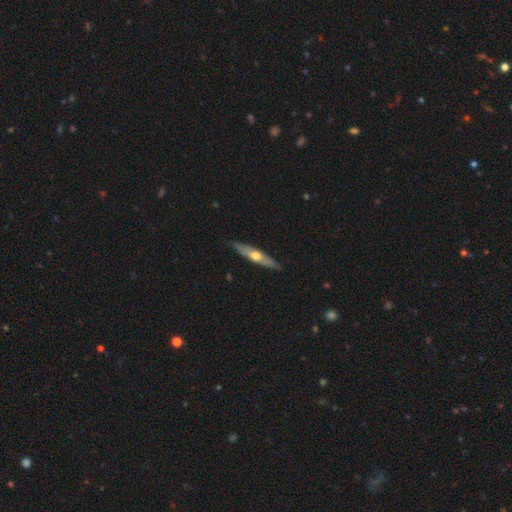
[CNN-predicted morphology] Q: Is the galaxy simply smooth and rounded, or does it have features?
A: featured or disk — 60%.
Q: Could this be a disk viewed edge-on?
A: yes — 90%.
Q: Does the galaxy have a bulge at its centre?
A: rounded — 90%.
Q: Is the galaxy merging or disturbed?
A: none — 88%.